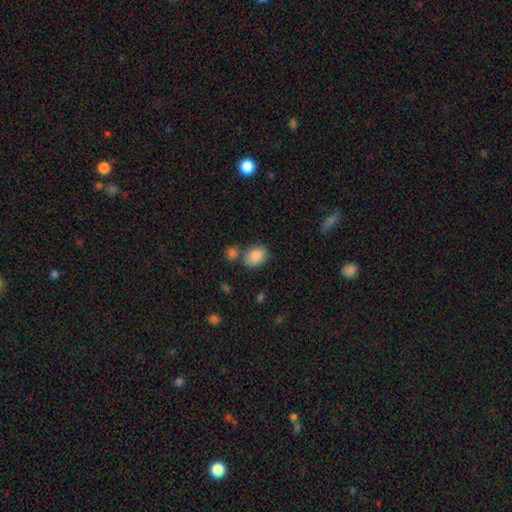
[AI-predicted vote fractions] Smooth or featured? smooth (86%)
How rounded? in between (71%)
Merging? none (65%)